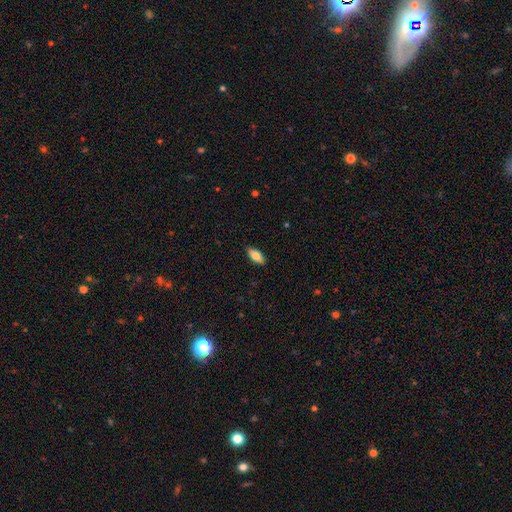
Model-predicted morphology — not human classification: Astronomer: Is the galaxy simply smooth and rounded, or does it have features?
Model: smooth — 76%.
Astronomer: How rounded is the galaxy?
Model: in between — 84%.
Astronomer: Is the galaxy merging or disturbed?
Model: none — 89%.